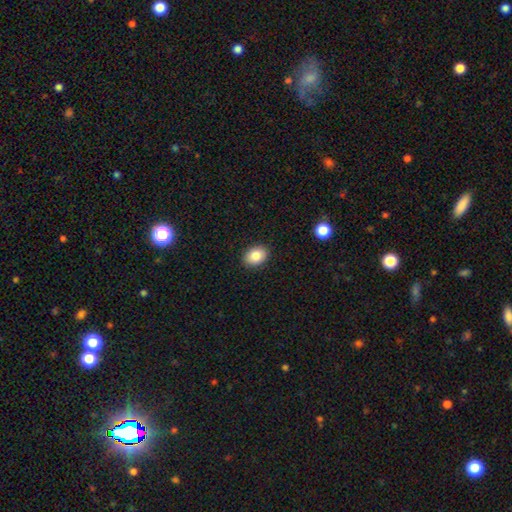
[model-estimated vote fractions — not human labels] smooth-or-featured: smooth: 85% | star or artifact: 8% | featured or disk: 6%
  how-rounded: in between: 69% | round: 30% | cigar-shaped: 1%
  merging: none: 90% | minor disturbance: 8% | major disturbance: 2% | merger: 1%